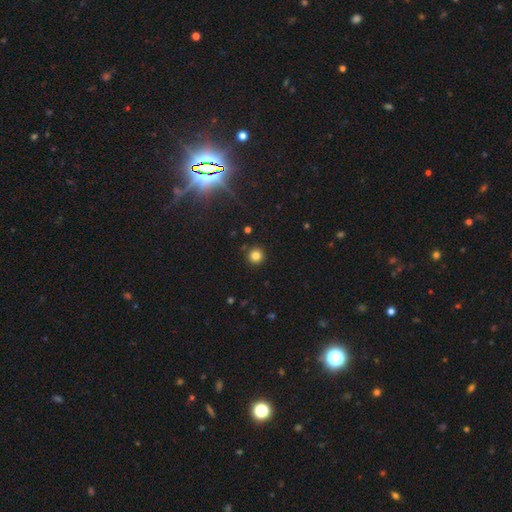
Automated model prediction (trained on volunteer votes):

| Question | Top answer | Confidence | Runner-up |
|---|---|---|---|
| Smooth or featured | smooth | 81% | star or artifact (14%) |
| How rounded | round | 95% | in between (4%) |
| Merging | none | 92% | minor disturbance (5%) |